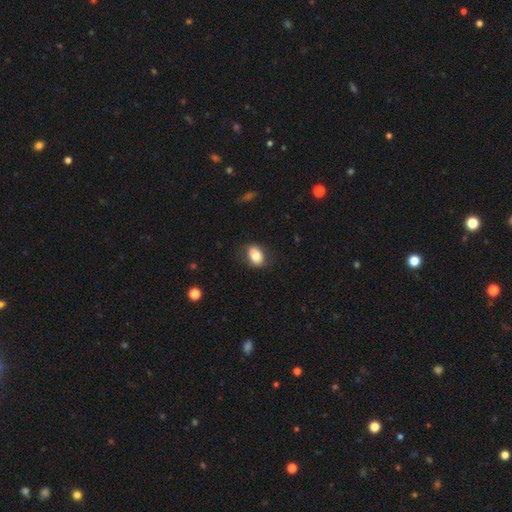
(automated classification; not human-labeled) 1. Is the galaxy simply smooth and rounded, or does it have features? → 79% smooth, 13% featured or disk, 8% star or artifact.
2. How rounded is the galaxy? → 80% in between, 18% round, 2% cigar-shaped.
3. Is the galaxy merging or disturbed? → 77% none, 17% minor disturbance, 5% major disturbance, 1% merger.